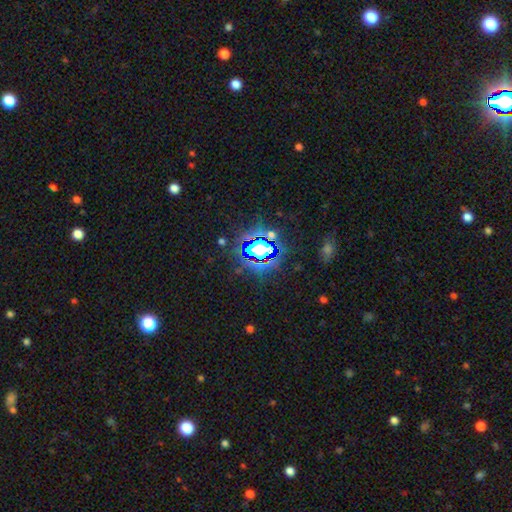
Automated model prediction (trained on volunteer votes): star or artifact 66%, smooth 23%, featured or disk 11%.